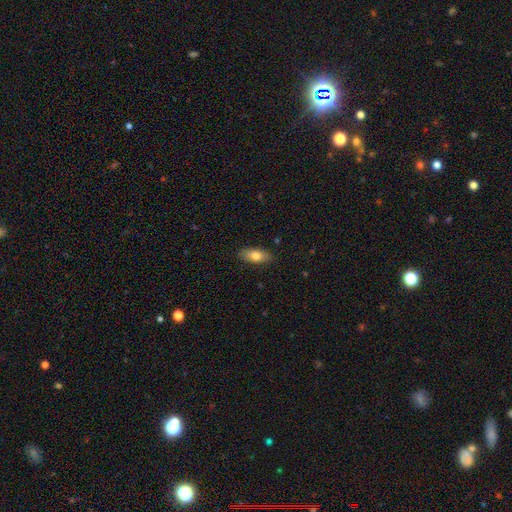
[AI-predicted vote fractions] smooth-or-featured: smooth: 79% | featured or disk: 15% | star or artifact: 7%
  how-rounded: in between: 84% | cigar-shaped: 13% | round: 3%
  merging: none: 87% | minor disturbance: 10% | major disturbance: 2% | merger: 1%